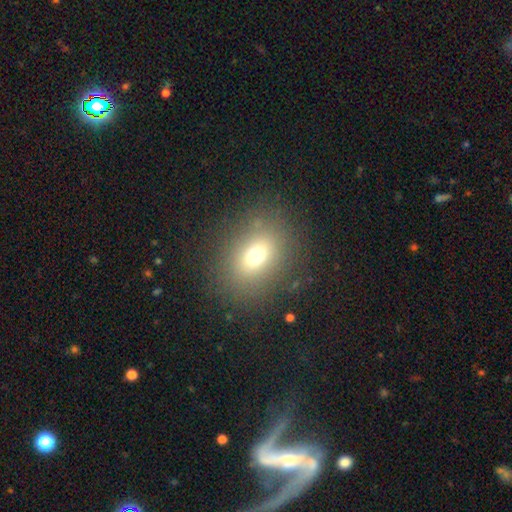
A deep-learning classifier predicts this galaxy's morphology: A smooth galaxy with no disk features (69%) that is in between round and cigar-shaped (57%). Merging: none (84%).